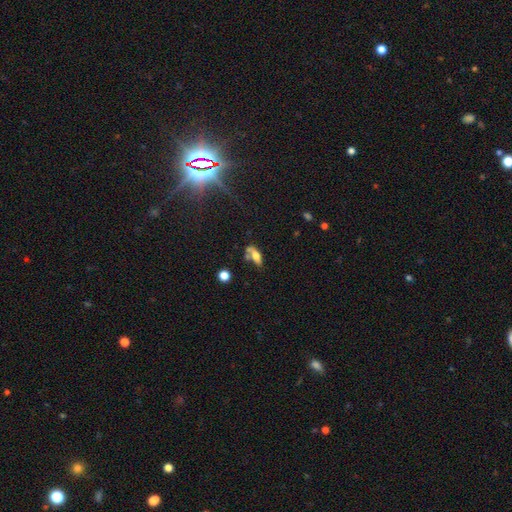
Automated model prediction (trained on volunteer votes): Q: Smooth or featured?
A: smooth (58%); runner-up: featured or disk (31%)
Q: How rounded?
A: in between (73%); runner-up: cigar-shaped (21%)
Q: Merging?
A: none (41%); runner-up: merger (27%)